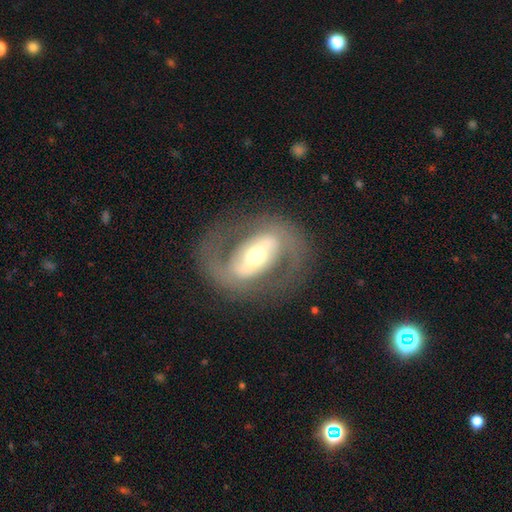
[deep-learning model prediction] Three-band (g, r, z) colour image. It shows a featured or disk galaxy (84%) with a strong bar (60%), 2 (88%) medium (49%) spiral arms (79%) and a moderate central bulge (62%). Merging: none (78%).